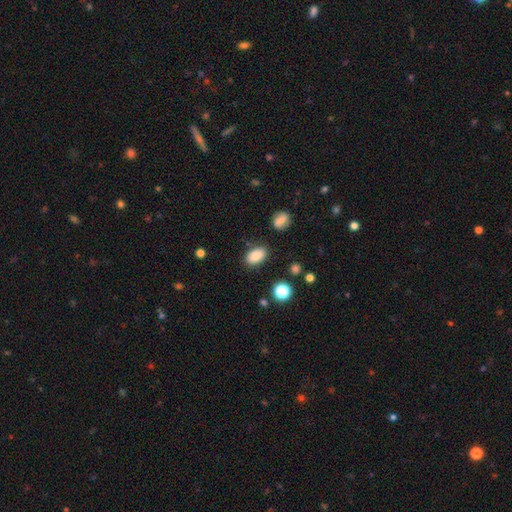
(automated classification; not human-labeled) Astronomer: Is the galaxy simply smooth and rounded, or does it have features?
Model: smooth — 86%.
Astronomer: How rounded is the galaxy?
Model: in between — 90%.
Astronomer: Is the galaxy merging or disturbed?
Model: none — 83%.